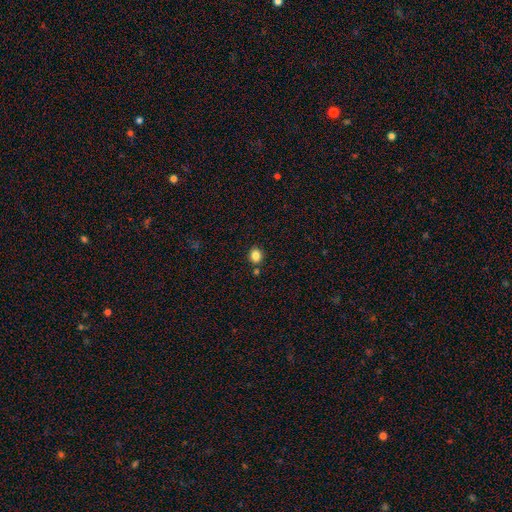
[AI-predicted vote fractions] The model was most divided on "how rounded": round: 68%, in between: 32%, cigar-shaped: 1%. More confident: smooth or featured — smooth (84%); merging — none (82%).